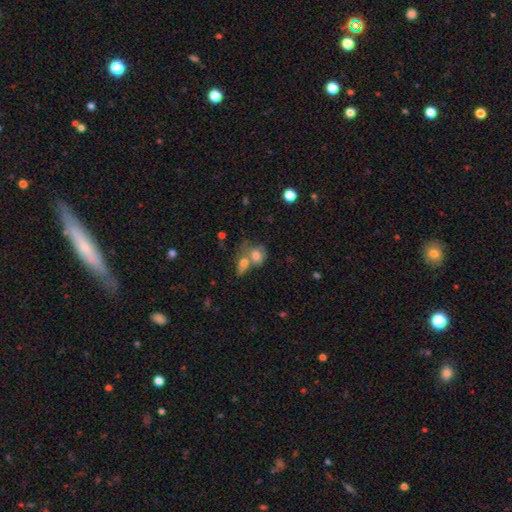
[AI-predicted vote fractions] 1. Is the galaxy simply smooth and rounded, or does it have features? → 73% smooth, 16% featured or disk, 10% star or artifact.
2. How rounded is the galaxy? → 59% round, 40% in between, 2% cigar-shaped.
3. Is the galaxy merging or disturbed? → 55% merger, 27% none, 10% minor disturbance, 7% major disturbance.